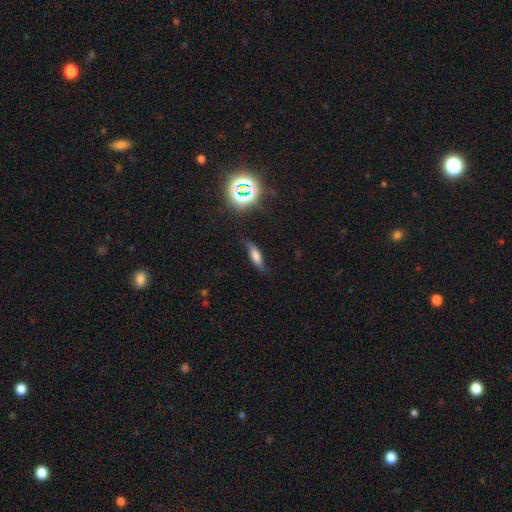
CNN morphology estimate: smooth_or_featured: smooth (p=0.49) [alt: featured or disk p=0.35]
merging: none (p=0.65) [alt: minor disturbance p=0.24]